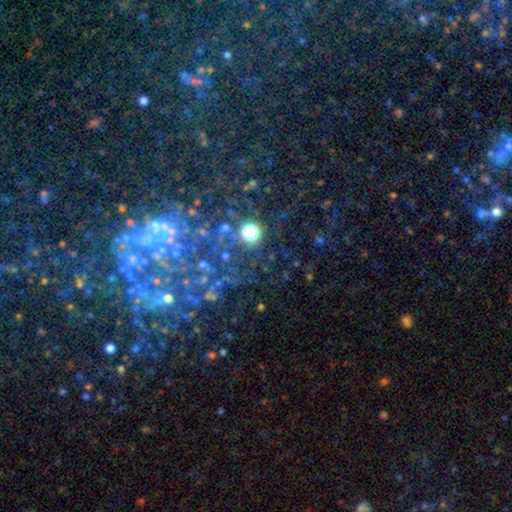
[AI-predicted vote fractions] A star or artifact, not a galaxy (51%).

Vote fractions:
- Smooth or featured? star or artifact: 51% / featured or disk: 32% / smooth: 17%